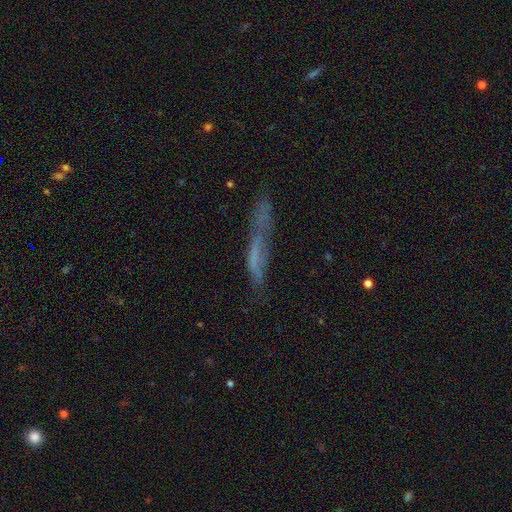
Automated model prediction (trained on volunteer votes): smooth 45%, featured or disk 42%, star or artifact 13%. Down the decision tree: merging — none (50%).